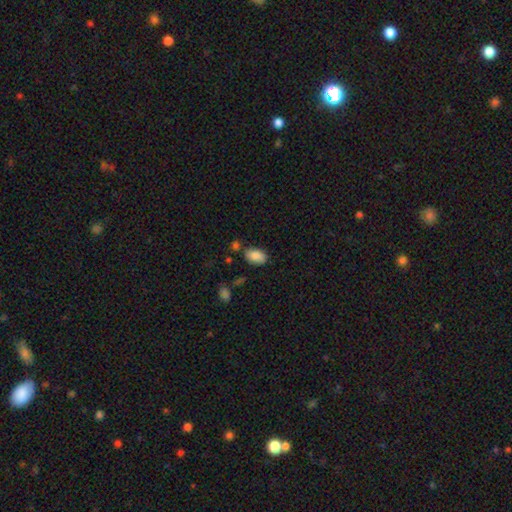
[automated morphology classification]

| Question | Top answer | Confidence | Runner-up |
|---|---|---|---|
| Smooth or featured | smooth | 86% | star or artifact (7%) |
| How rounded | in between | 91% | round (8%) |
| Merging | none | 72% | minor disturbance (17%) |